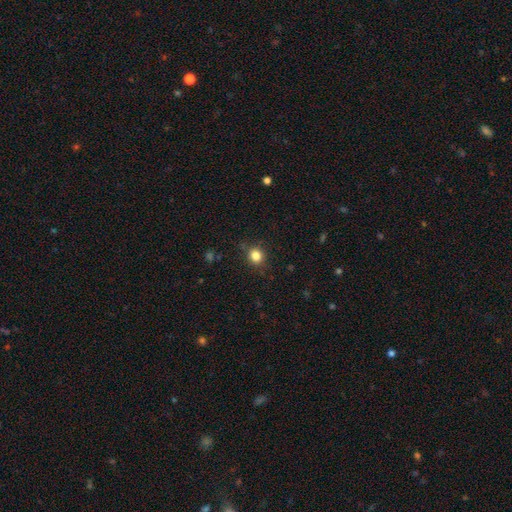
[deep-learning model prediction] Q: Smooth or featured?
A: smooth (83%); runner-up: star or artifact (12%)
Q: How rounded?
A: round (78%); runner-up: in between (21%)
Q: Merging?
A: none (85%); runner-up: minor disturbance (11%)